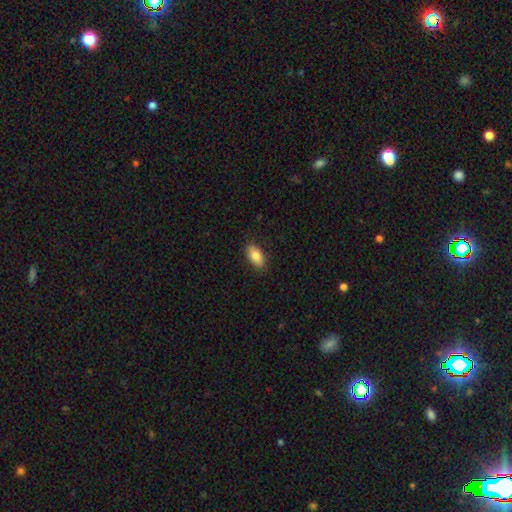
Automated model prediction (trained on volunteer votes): This is clearly a smooth galaxy (81%). How rounded: clearly in between (90%). Merging: clearly none (87%).